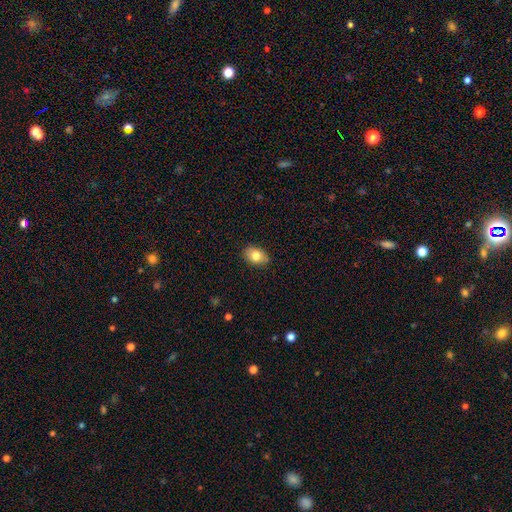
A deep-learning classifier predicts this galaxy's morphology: type=smooth (79%); roundness=in between (79%); merging=none (86%).